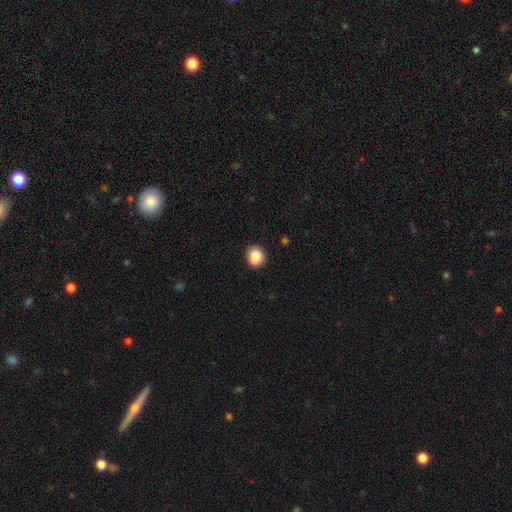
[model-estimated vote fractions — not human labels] Morphology: type=smooth (83%); roundness=round (74%); merging=none (74%).